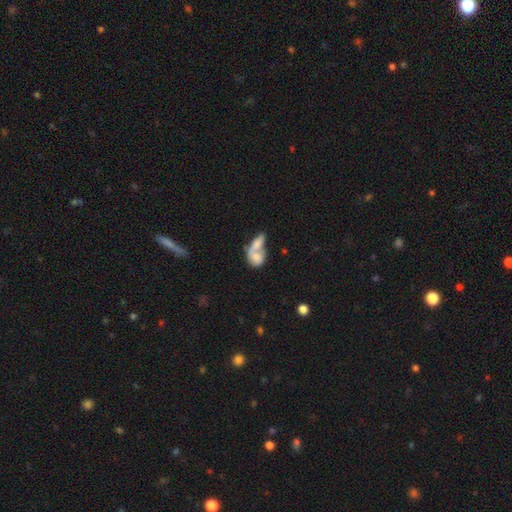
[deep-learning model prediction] A smooth galaxy with no disk features (65%) that is in between round and cigar-shaped (71%).

Vote fractions:
- Smooth or featured? smooth: 65% / featured or disk: 27% / star or artifact: 8%
- How rounded? in between: 71% / round: 23% / cigar-shaped: 6%
- Merging? merger: 71% / none: 15% / major disturbance: 7% / minor disturbance: 7%